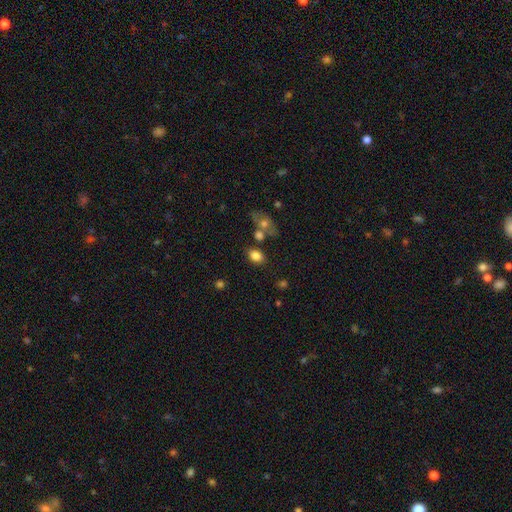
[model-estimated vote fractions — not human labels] A smooth galaxy with no disk features (82%) that is in between round and cigar-shaped (77%). Merging: none (72%).